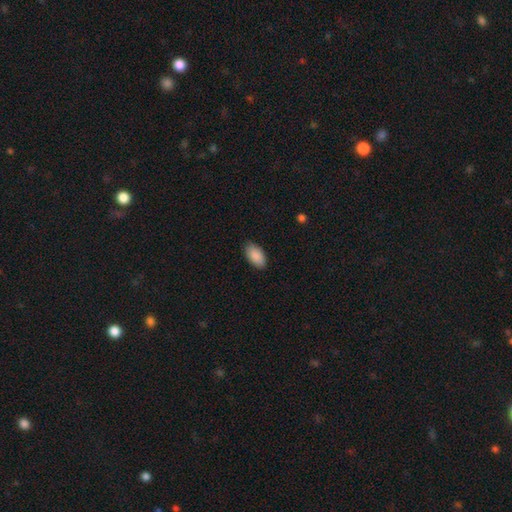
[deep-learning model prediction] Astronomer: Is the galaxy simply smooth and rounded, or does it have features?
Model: smooth — 90%.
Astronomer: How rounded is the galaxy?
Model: in between — 95%.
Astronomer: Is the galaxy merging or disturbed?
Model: none — 88%.